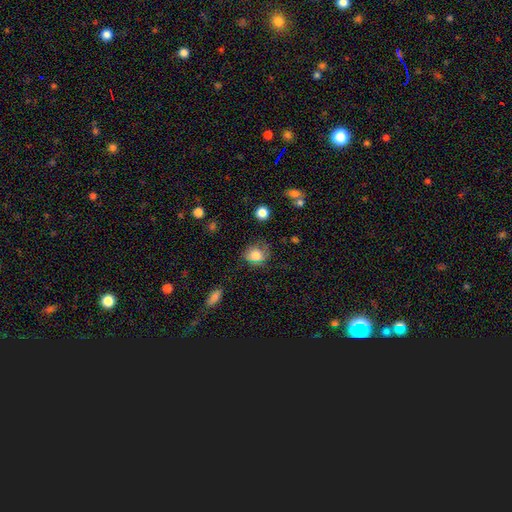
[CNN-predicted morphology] Overall: smooth (73%). How rounded: round (70%). Merging: none (65%).